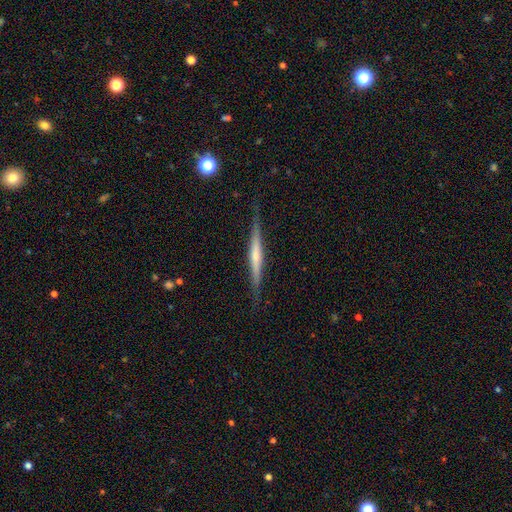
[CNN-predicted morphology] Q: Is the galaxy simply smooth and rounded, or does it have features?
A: featured or disk — 65%.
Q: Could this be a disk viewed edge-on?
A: yes — 97%.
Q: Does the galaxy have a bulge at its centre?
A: rounded — 47%.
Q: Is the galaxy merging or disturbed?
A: none — 85%.